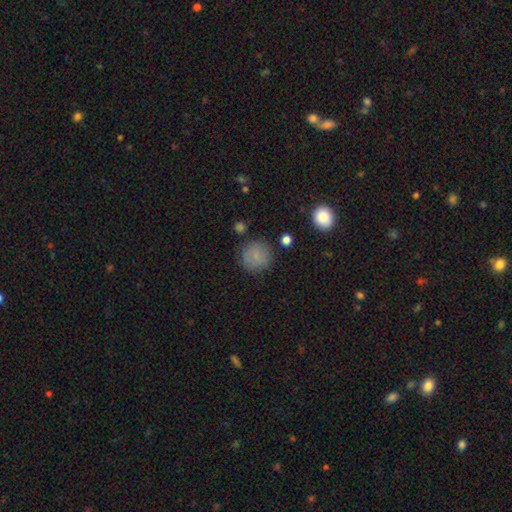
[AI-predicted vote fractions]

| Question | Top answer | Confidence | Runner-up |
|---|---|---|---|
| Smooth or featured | smooth | 79% | star or artifact (11%) |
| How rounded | round | 92% | in between (7%) |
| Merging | none | 80% | minor disturbance (13%) |